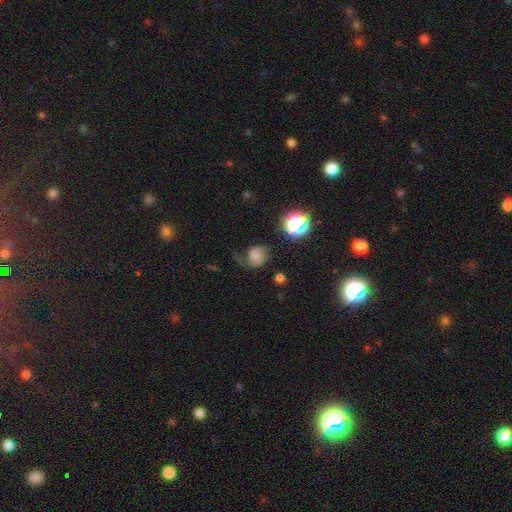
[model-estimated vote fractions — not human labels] Smooth or featured? Predicted: featured or disk (p=0.48). Merging? Predicted: none (p=0.40).